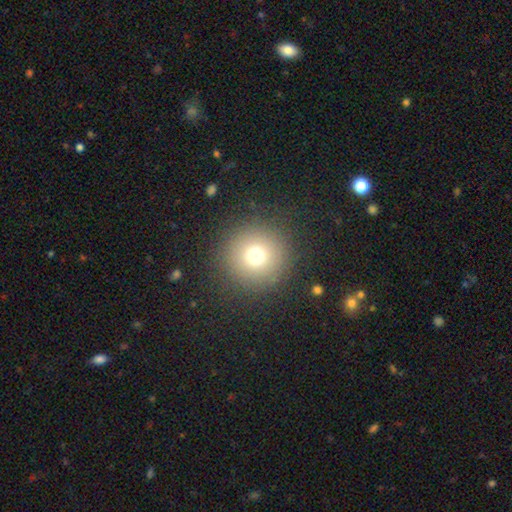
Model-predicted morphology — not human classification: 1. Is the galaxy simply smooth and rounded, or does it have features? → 71% smooth, 18% star or artifact, 11% featured or disk.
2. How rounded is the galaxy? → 96% round, 3% in between, 1% cigar-shaped.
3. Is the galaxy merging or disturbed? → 88% none, 6% minor disturbance, 4% major disturbance, 1% merger.